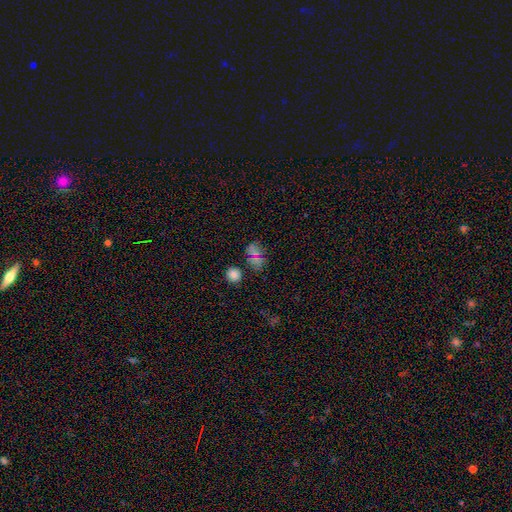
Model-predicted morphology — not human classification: Smooth or featured? Predicted: smooth (p=0.57). How rounded? Predicted: round (p=0.52). Merging? Predicted: none (p=0.67).